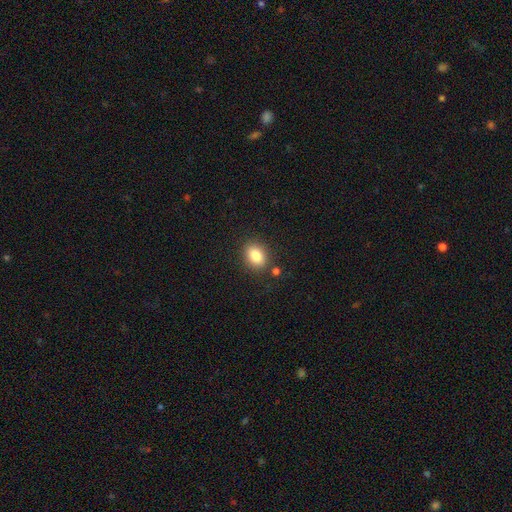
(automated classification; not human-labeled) This is clearly a smooth galaxy (84%). How rounded: likely in between (70%). Merging: clearly none (83%).